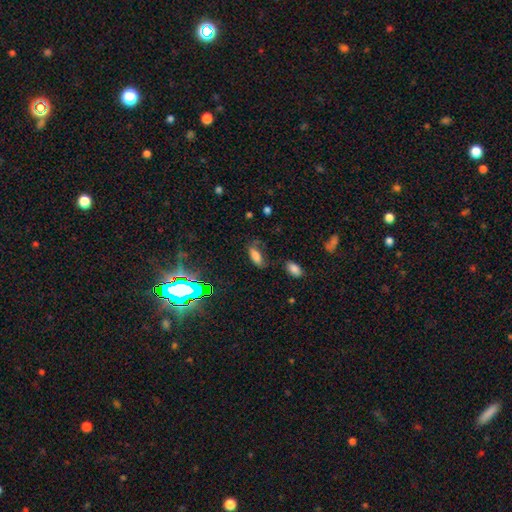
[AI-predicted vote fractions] Smooth or featured? Predicted: smooth (p=0.72). How rounded? Predicted: in between (p=0.83). Merging? Predicted: none (p=0.57).